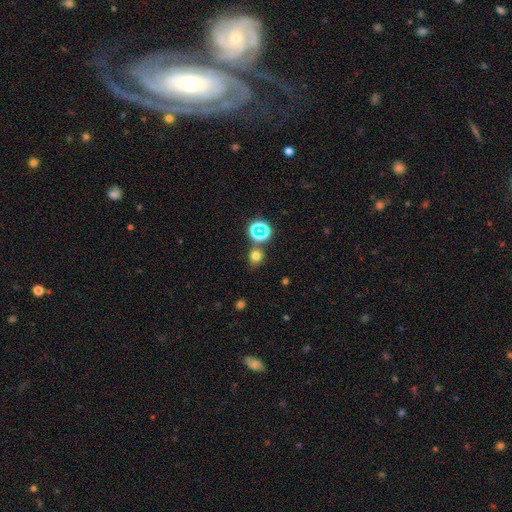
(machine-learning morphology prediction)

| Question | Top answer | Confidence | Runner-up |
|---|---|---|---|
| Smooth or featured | smooth | 70% | star or artifact (24%) |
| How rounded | round | 84% | in between (15%) |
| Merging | none | 78% | merger (10%) |